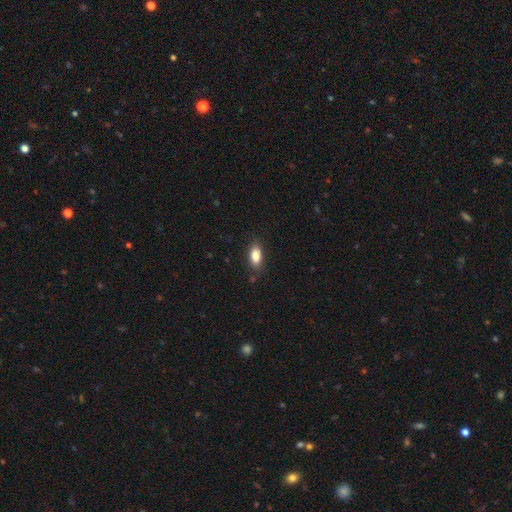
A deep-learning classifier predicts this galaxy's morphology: Smooth or featured? smooth (83%)
How rounded? in between (86%)
Merging? none (84%)